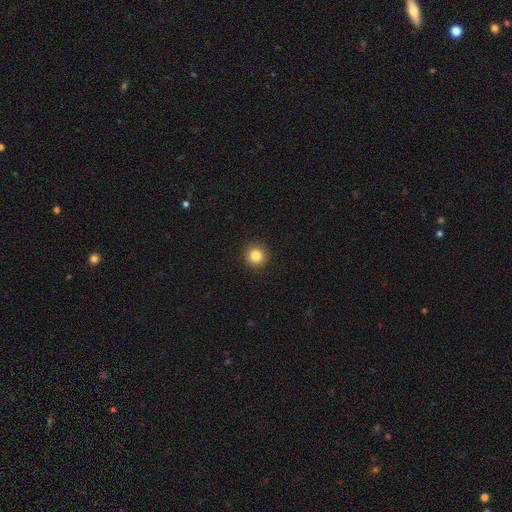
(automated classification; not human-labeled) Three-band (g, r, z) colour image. It shows a smooth galaxy with no disk features (83%) that is round (95%). Merging: none (93%).